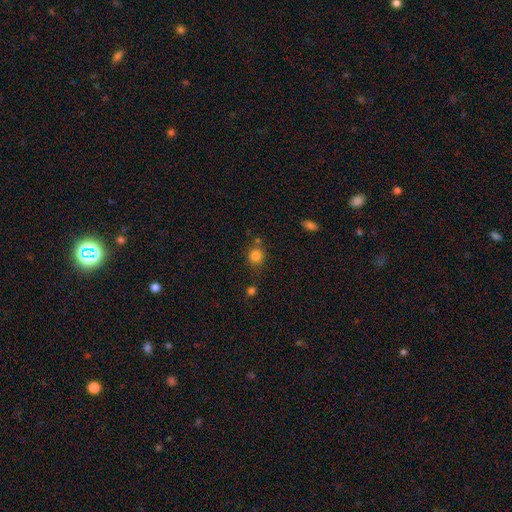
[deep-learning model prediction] smooth 82%, star or artifact 12%, featured or disk 6%. Down the decision tree: how rounded — round (81%); merging — none (65%).